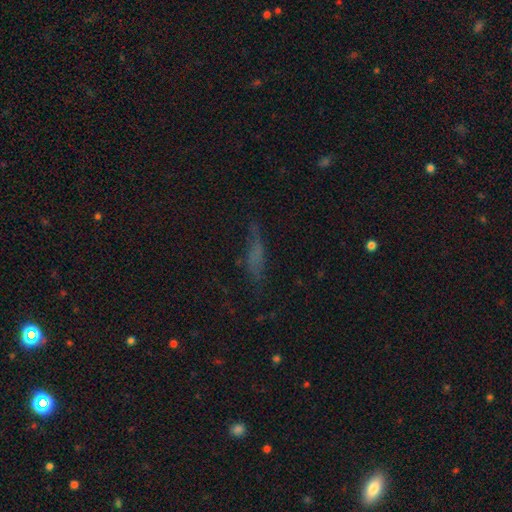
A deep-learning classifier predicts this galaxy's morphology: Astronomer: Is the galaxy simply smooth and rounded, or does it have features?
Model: smooth — 48% (runner-up: featured or disk, 31%).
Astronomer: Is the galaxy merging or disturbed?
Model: none — 59%.